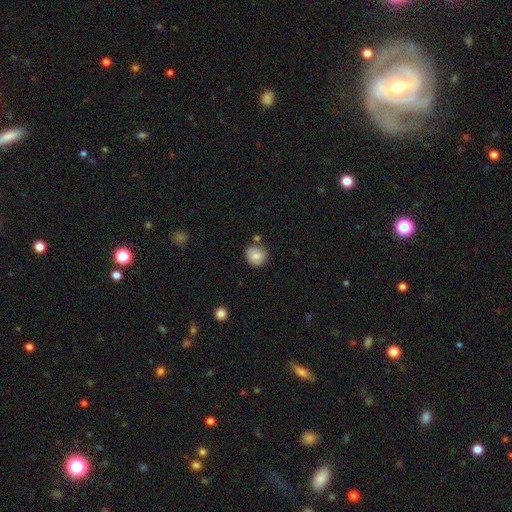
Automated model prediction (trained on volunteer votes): smooth_or_featured: smooth (p=0.82) [alt: featured or disk p=0.10]
how_rounded: round (p=0.85) [alt: in between p=0.14]
merging: none (p=0.75) [alt: minor disturbance p=0.14]